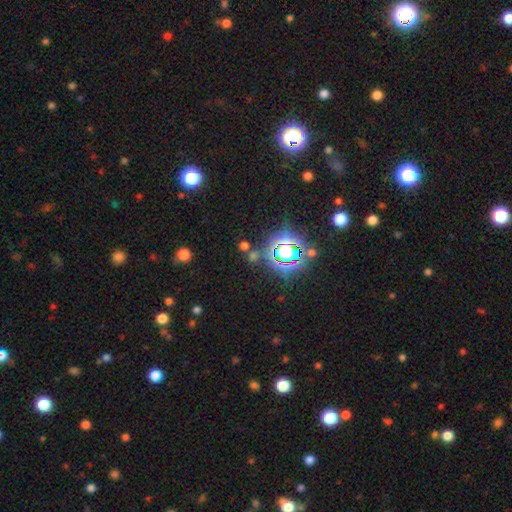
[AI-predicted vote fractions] smooth_or_featured: star or artifact (p=0.71) [alt: smooth p=0.20]